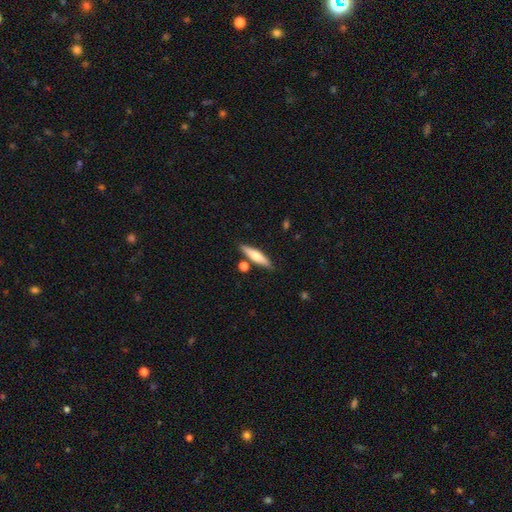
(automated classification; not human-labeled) This is likely a smooth galaxy (61%). How rounded: likely cigar-shaped (79%). Merging: clearly none (80%).